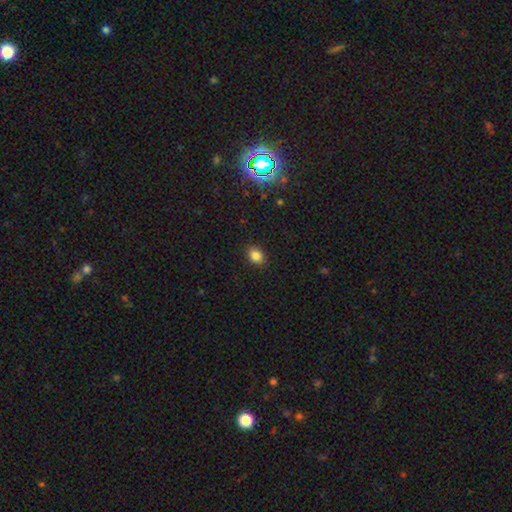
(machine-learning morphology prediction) This appears to be a smooth galaxy with no disk features (84%) that is in between round and cigar-shaped (64%). Merging: none (89%).